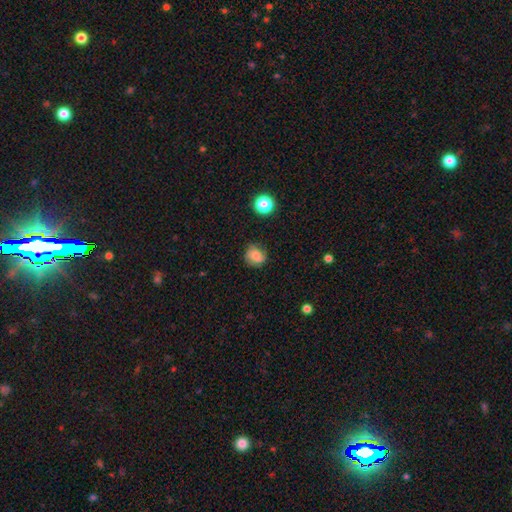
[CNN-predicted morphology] Q: Smooth or featured?
A: smooth (64%); runner-up: featured or disk (25%)
Q: How rounded?
A: round (80%); runner-up: in between (19%)
Q: Merging?
A: none (75%); runner-up: minor disturbance (18%)